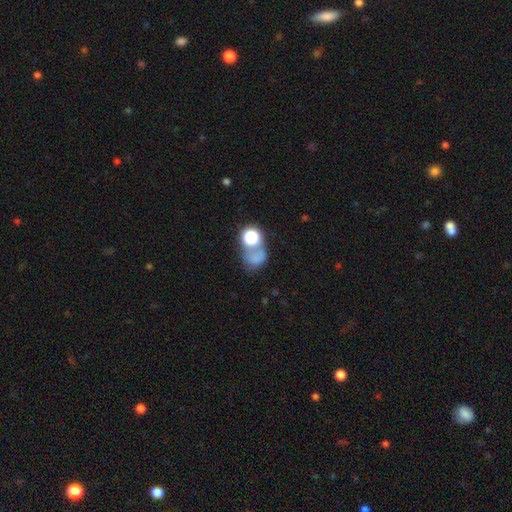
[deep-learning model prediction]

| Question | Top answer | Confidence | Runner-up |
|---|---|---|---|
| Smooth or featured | smooth | 61% | star or artifact (24%) |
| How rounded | round | 55% | in between (44%) |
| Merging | merger | 33% | tied: none (33%) |